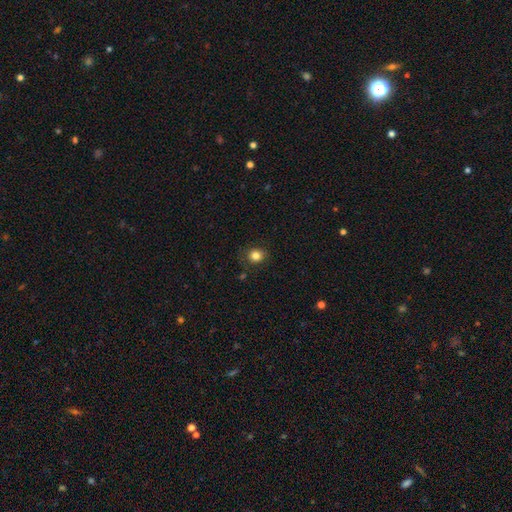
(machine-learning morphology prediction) smooth_or_featured: smooth (p=0.83) [alt: star or artifact p=0.12]
how_rounded: round (p=0.83) [alt: in between p=0.17]
merging: none (p=0.85) [alt: minor disturbance p=0.11]